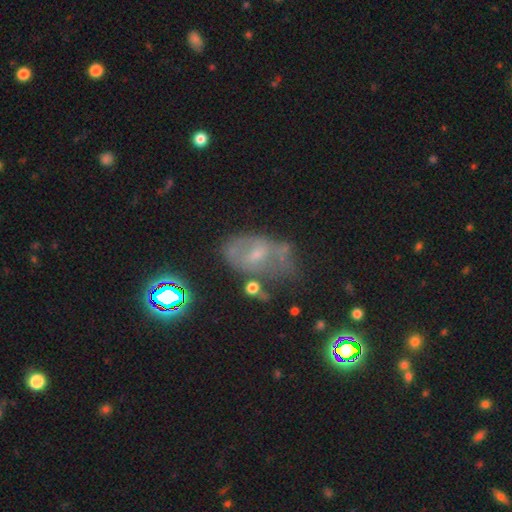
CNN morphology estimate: Q: Smooth or featured?
A: featured or disk (50%); runner-up: smooth (32%)
Q: Edge-on disk?
A: no (93%); runner-up: yes (7%)
Q: Merging?
A: none (44%); runner-up: minor disturbance (28%)